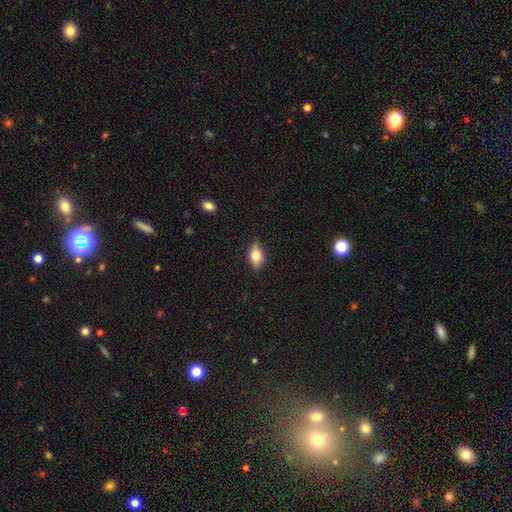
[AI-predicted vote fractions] Smooth or featured: smooth — 65% (featured or disk — 27%)
How rounded: in between — 81% (round — 12%)
Merging: none — 83% (minor disturbance — 14%)